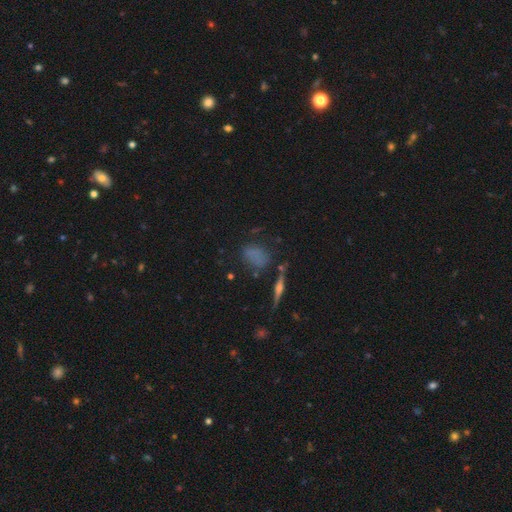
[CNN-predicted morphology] Smooth or featured? smooth (62%)
How rounded? in between (66%)
Merging? none (62%)